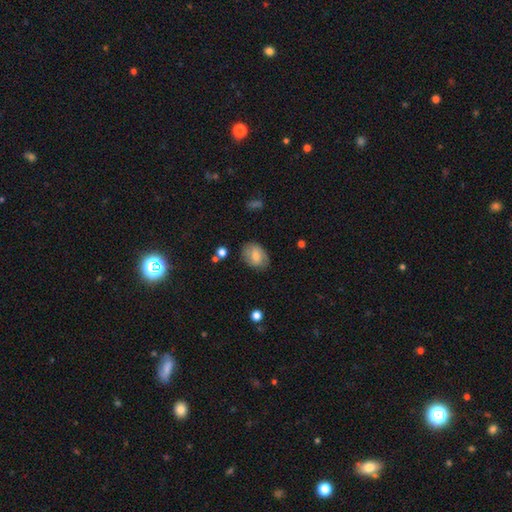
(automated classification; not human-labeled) A smooth galaxy with no disk features (69%) that is in between round and cigar-shaped (74%). Merging: none (75%).